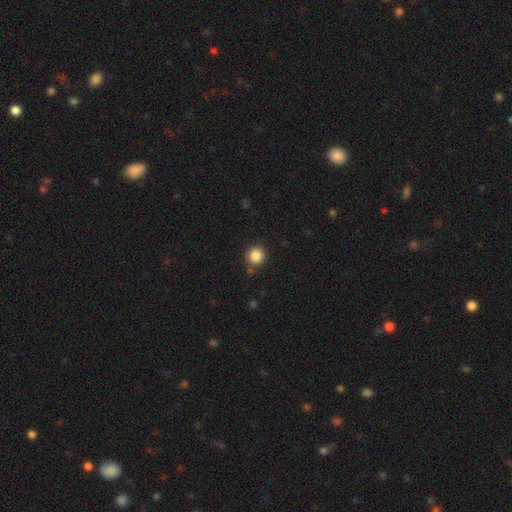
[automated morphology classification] Overall: smooth (85%). How rounded: round (93%). Merging: none (85%).